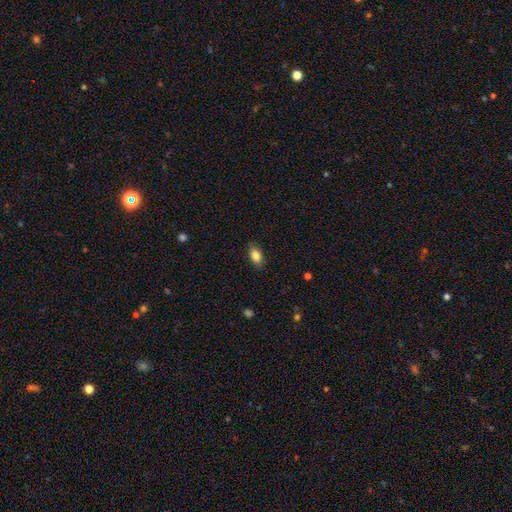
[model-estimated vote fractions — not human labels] A smooth galaxy with no disk features (84%) that is in between round and cigar-shaped (86%). Merging: none (85%).